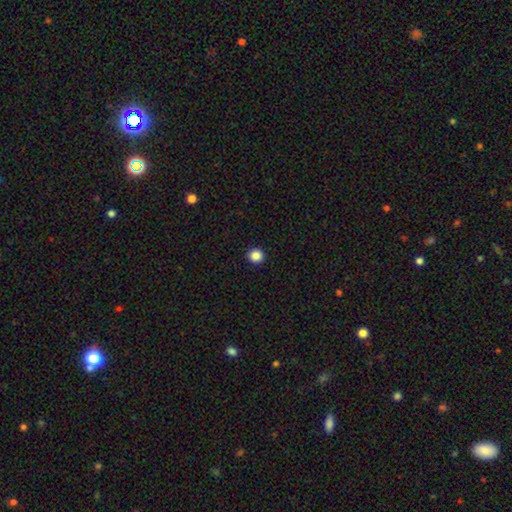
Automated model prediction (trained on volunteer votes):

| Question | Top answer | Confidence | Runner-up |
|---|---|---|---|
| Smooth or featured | smooth | 86% | star or artifact (11%) |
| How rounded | round | 94% | in between (5%) |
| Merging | none | 94% | minor disturbance (4%) |